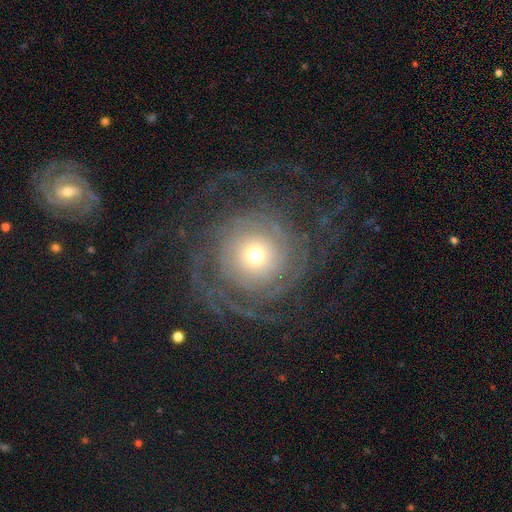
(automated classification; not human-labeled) Smooth or featured? Predicted: featured or disk (p=0.81). Edge-on disk? Predicted: no (p=0.97). Bar? Predicted: no (p=0.82). Spiral arms? Predicted: yes (p=0.92). Spiral winding? Predicted: tight (p=0.64). Spiral arm count? Predicted: can't tell (p=0.32). Bulge size? Predicted: moderate (p=0.51). Merging? Predicted: none (p=0.70).